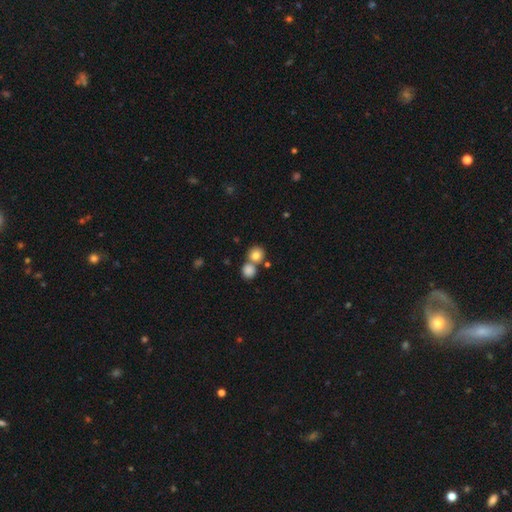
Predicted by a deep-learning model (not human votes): Smooth or featured? smooth (83%)
How rounded? round (88%)
Merging? none (54%)